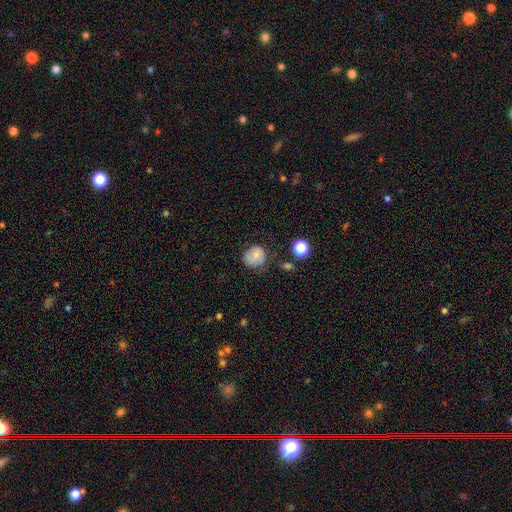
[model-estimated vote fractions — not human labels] smooth-or-featured: smooth: 69% | featured or disk: 21% | star or artifact: 10%
  how-rounded: round: 79% | in between: 20% | cigar-shaped: 1%
  merging: none: 58% | minor disturbance: 28% | major disturbance: 10% | merger: 3%